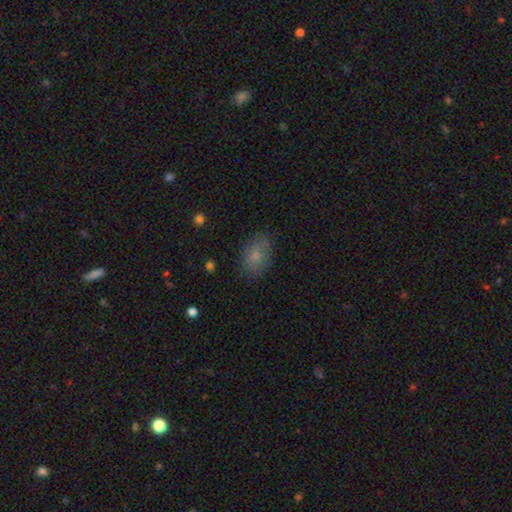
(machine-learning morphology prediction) Smooth or featured? smooth (79%)
How rounded? in between (83%)
Merging? none (77%)